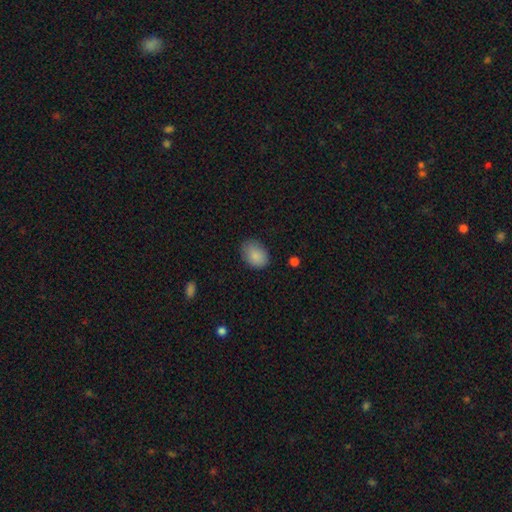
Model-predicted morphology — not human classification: Smooth or featured? Predicted: smooth (p=0.87). How rounded? Predicted: in between (p=0.77). Merging? Predicted: none (p=0.78).